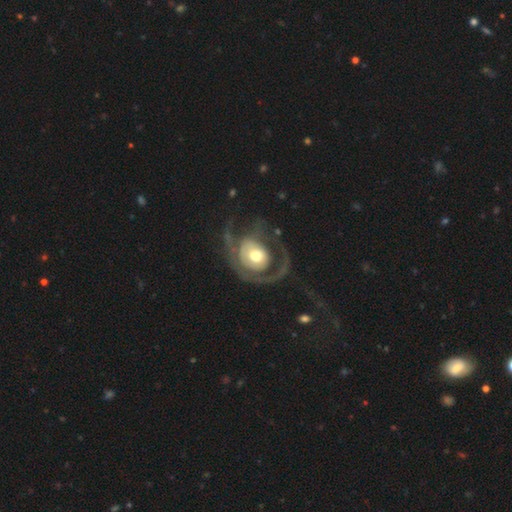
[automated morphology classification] Q: Smooth or featured?
A: featured or disk (69%); runner-up: smooth (26%)
Q: Edge-on disk?
A: no (96%); runner-up: yes (4%)
Q: Bar?
A: no (80%); runner-up: weak (15%)
Q: Spiral arms?
A: yes (59%); runner-up: no (41%)
Q: Bulge size?
A: moderate (61%); runner-up: large (22%)
Q: Merging?
A: major disturbance (41%); runner-up: none (40%)